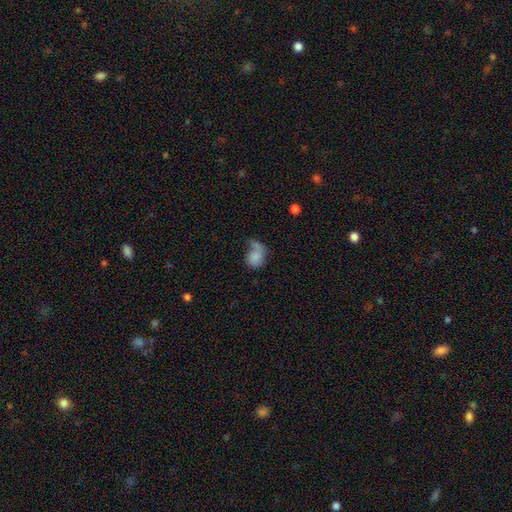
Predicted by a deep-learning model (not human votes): Overall: smooth (74%). How rounded: in between (54%; round 45%). Merging: none (28%; major disturbance 27%).